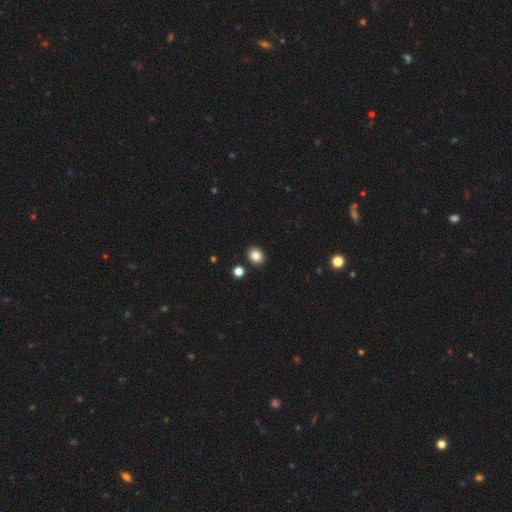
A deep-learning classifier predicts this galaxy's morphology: This is clearly a smooth galaxy (84%). How rounded: likely round (63%). Merging: clearly none (88%).